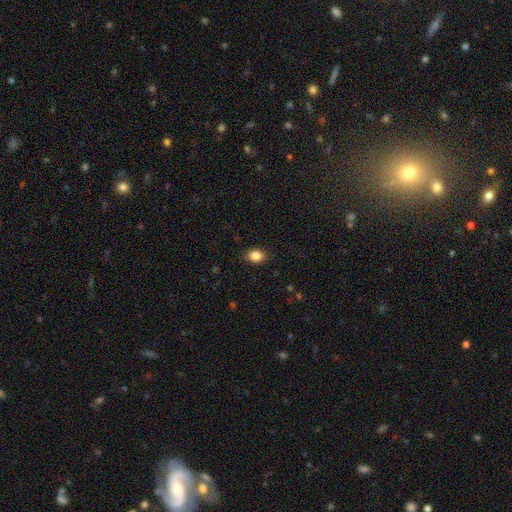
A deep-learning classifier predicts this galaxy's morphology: This is clearly a smooth galaxy (85%). How rounded: possibly in between (58%). Merging: clearly none (86%).